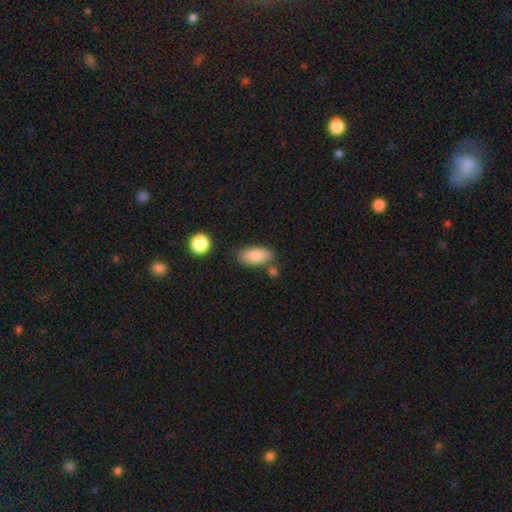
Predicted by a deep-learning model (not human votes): A smooth galaxy with no disk features (84%) that is in between round and cigar-shaped (92%). Merging: none (70%).